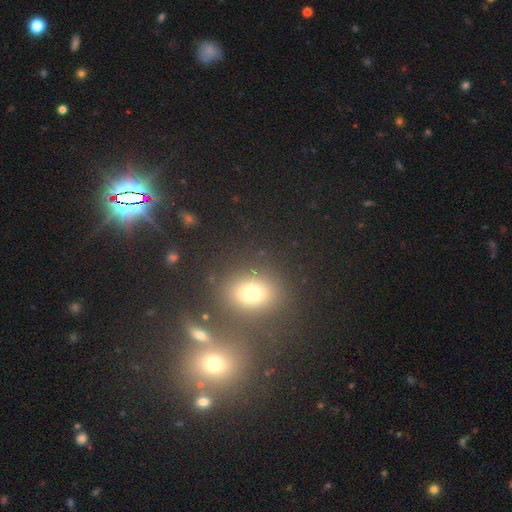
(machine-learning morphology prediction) This appears to be a smooth galaxy with no disk features (49%). Merging: none (64%).